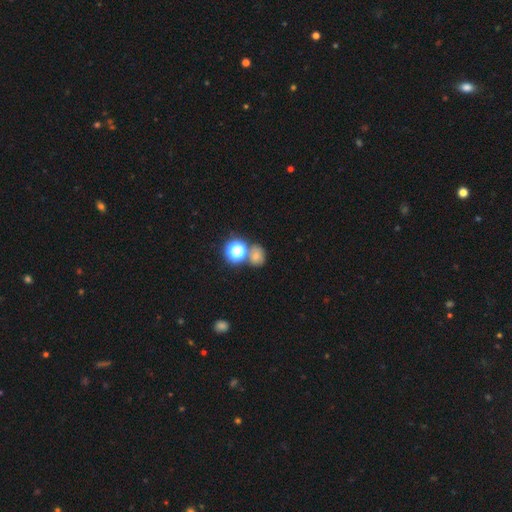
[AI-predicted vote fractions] Q: Smooth or featured?
A: smooth (64%); runner-up: star or artifact (26%)
Q: How rounded?
A: round (67%); runner-up: in between (32%)
Q: Merging?
A: none (62%); runner-up: merger (23%)